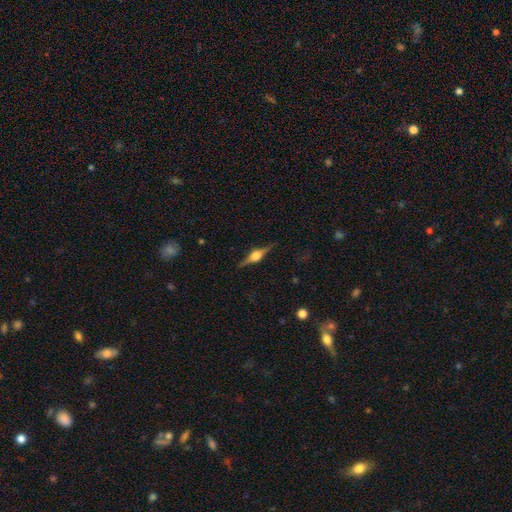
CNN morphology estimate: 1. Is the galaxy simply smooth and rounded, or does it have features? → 83% featured or disk, 11% smooth, 6% star or artifact.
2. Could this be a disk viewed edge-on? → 98% yes, 2% no.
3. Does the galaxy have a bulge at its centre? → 91% rounded, 8% boxy, 1% none.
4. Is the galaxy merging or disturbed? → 88% none, 9% minor disturbance, 2% major disturbance, 1% merger.